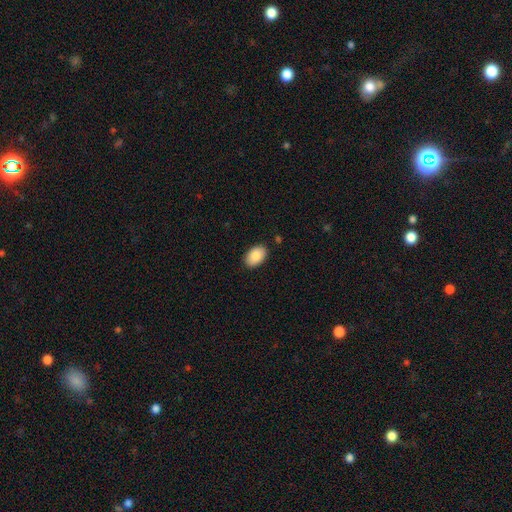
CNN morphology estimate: A smooth galaxy with no disk features (88%) that is in between round and cigar-shaped (90%). Merging: none (87%).